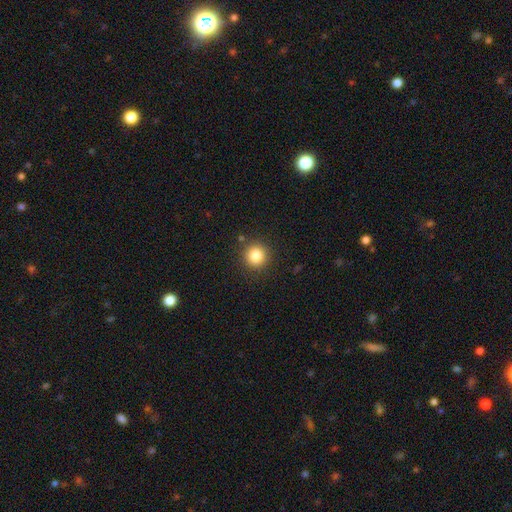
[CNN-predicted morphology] smooth-or-featured: smooth: 84% | star or artifact: 11% | featured or disk: 5%
  how-rounded: round: 94% | in between: 5% | cigar-shaped: 1%
  merging: none: 89% | minor disturbance: 7% | major disturbance: 2% | merger: 2%